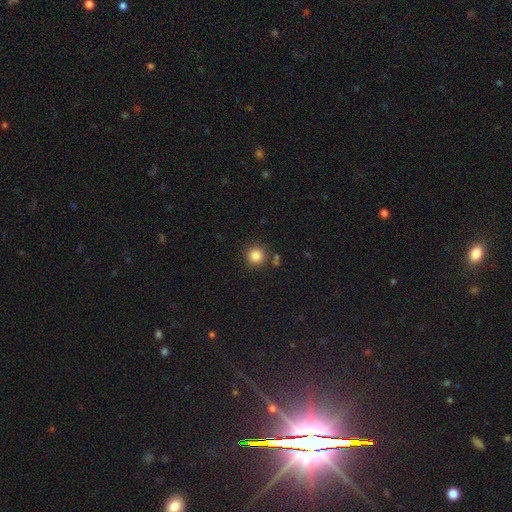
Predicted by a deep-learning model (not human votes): Smooth or featured?
  - smooth: 85% *
  - star or artifact: 11%
  - featured or disk: 4%
How rounded?
  - round: 94% *
  - in between: 5%
  - cigar-shaped: 1%
Merging?
  - none: 85% *
  - minor disturbance: 8%
  - merger: 5%
  - major disturbance: 3%